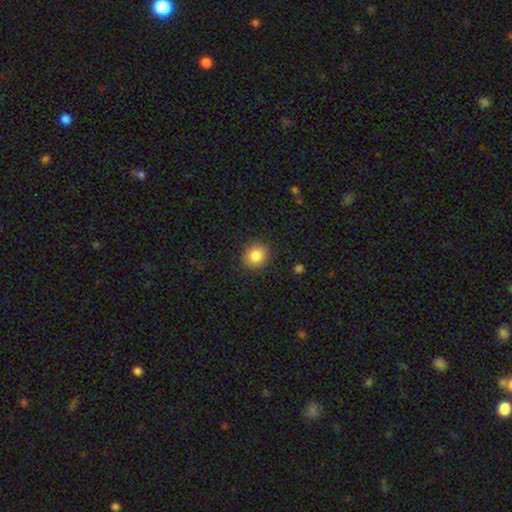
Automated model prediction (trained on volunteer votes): Smooth or featured: smooth — 85% (star or artifact — 10%)
How rounded: round — 79% (in between — 20%)
Merging: none — 89% (minor disturbance — 8%)